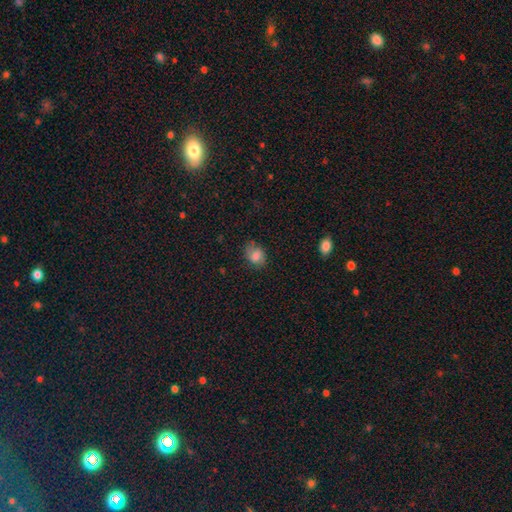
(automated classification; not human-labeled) Smooth or featured: smooth — 76% (featured or disk — 14%)
How rounded: in between — 69% (round — 30%)
Merging: none — 66% (minor disturbance — 25%)